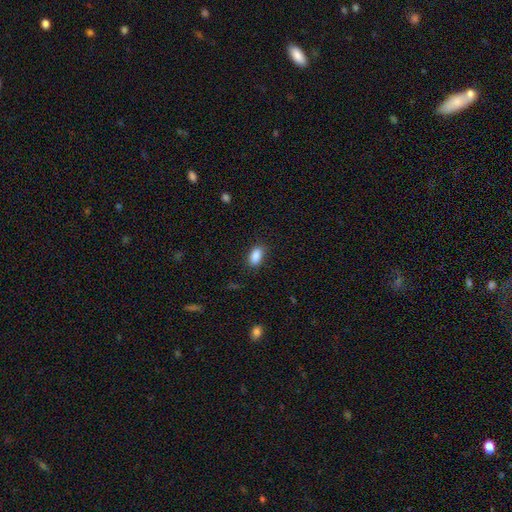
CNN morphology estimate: type=smooth (88%); roundness=in between (90%); merging=none (84%).